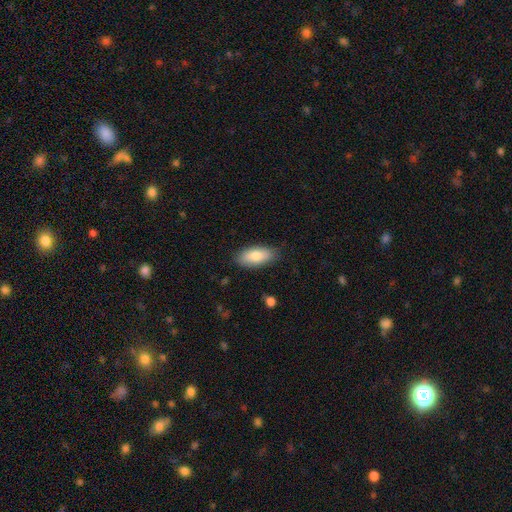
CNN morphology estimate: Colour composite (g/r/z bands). It shows a smooth galaxy with no disk features (81%) that is in between round and cigar-shaped (87%). Merging: none (85%).